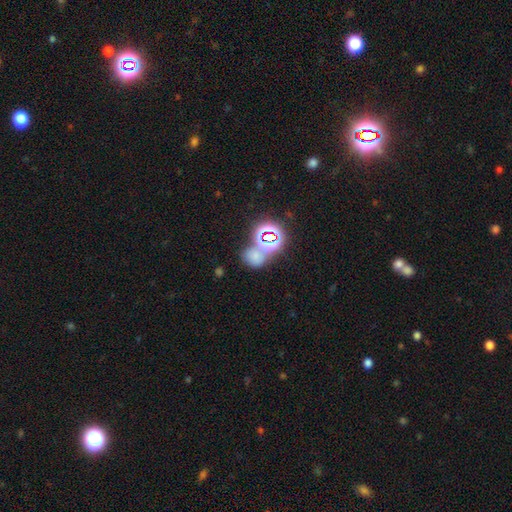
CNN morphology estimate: A smooth galaxy with no disk features (53%) that is round (63%). Merging: none (49%).